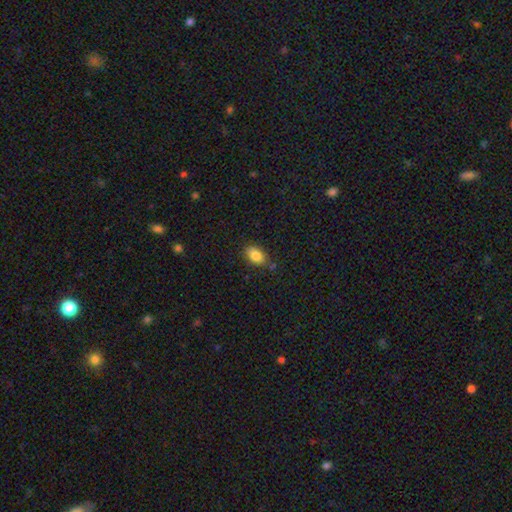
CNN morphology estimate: Smooth or featured? smooth (83%)
How rounded? in between (85%)
Merging? none (75%)